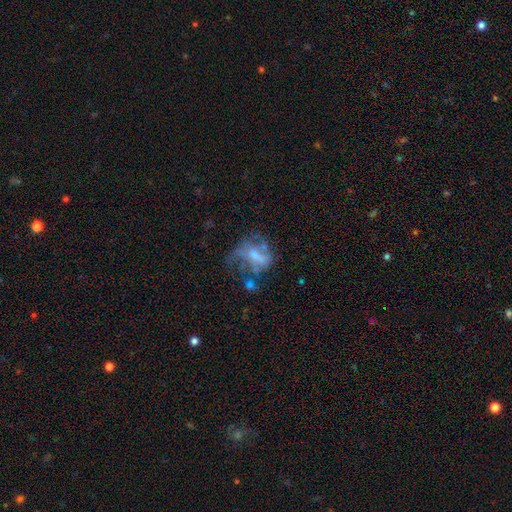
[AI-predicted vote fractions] A featured or disk galaxy (57%) with no bar (54%), no spiral arms (61%) and no central bulge (32%).

Vote fractions:
- Smooth or featured? featured or disk: 57% / smooth: 30% / star or artifact: 13%
- Edge-on disk? no: 97% / yes: 3%
- Bar? no: 54% / weak: 34% / strong: 11%
- Spiral arms? no: 61% / yes: 39%
- Bulge size? none: 32% / moderate: 31% / small: 30% / large: 6% / dominant: 2%
- Merging? major disturbance: 43% / none: 26% / minor disturbance: 18% / merger: 13%